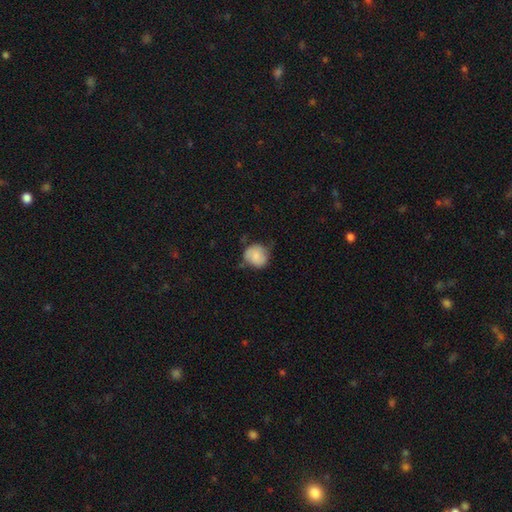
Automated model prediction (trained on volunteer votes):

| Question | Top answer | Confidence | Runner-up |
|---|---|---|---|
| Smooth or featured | smooth | 71% | featured or disk (22%) |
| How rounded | round | 80% | in between (19%) |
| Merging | none | 54% | minor disturbance (34%) |